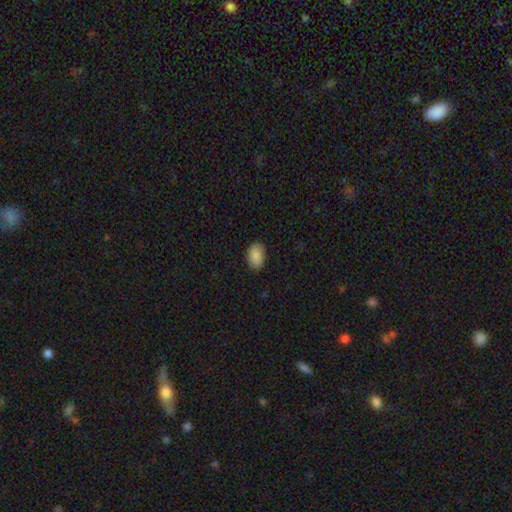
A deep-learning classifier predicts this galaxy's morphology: smooth_or_featured: smooth (p=0.89) [alt: star or artifact p=0.07]
how_rounded: in between (p=0.90) [alt: round p=0.08]
merging: none (p=0.87) [alt: minor disturbance p=0.10]